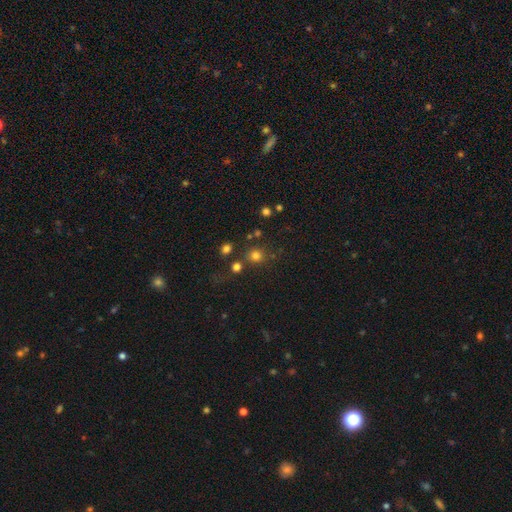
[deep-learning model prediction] Overall: smooth (75%). How rounded: round (89%). Merging: none (73%).